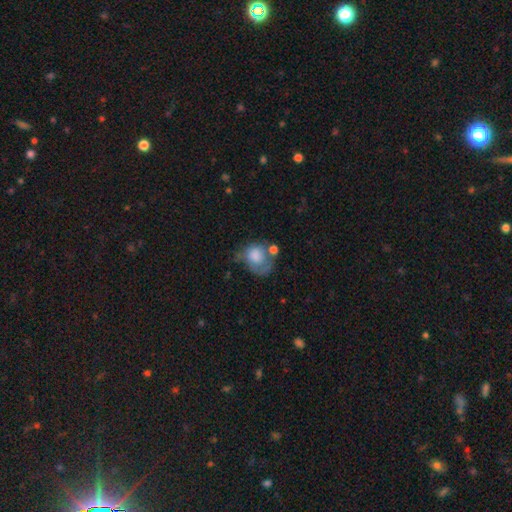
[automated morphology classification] type=smooth (53%); roundness=round (59%); merging=major disturbance (34%).